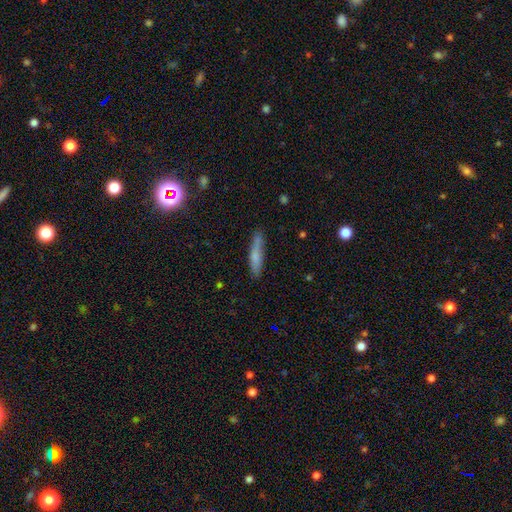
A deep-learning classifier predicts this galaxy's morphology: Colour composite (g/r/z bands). It shows a smooth galaxy with no disk features (68%) that is cigar-shaped (87%). Merging: none (79%).